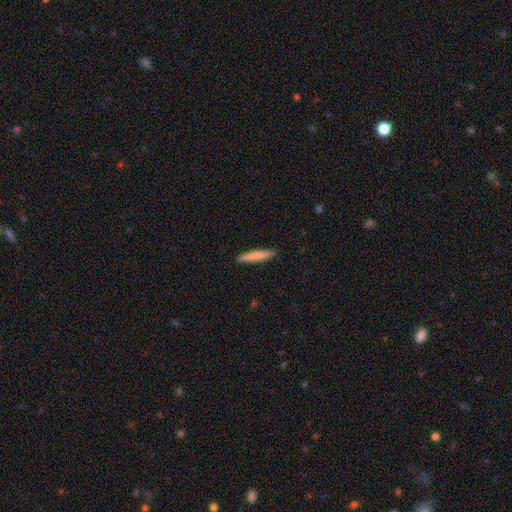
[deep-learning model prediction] Smooth or featured? Predicted: smooth (p=0.77). How rounded? Predicted: cigar-shaped (p=0.93). Merging? Predicted: none (p=0.91).